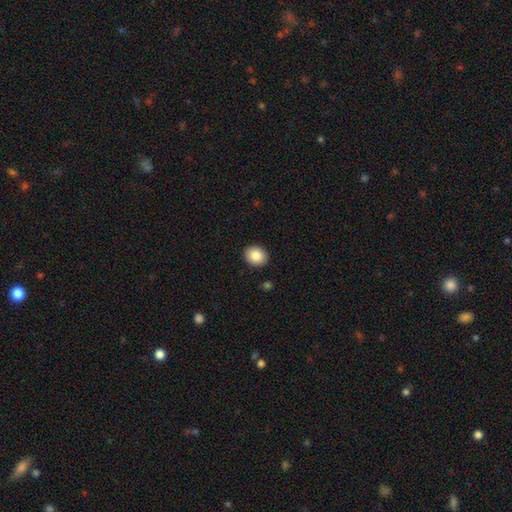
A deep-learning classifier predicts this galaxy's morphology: Smooth or featured: smooth — 85% (star or artifact — 8%)
How rounded: round — 63% (in between — 36%)
Merging: none — 91% (minor disturbance — 6%)